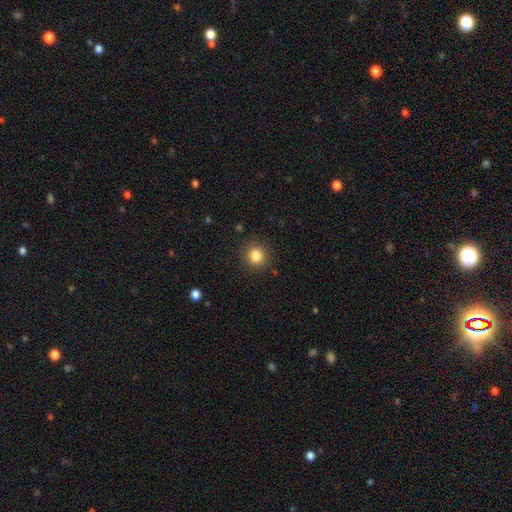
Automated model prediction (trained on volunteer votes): A smooth galaxy with no disk features (84%) that is round (91%).

Vote fractions:
- Smooth or featured? smooth: 84% / star or artifact: 11% / featured or disk: 5%
- How rounded? round: 91% / in between: 9% / cigar-shaped: 1%
- Merging? none: 89% / minor disturbance: 7% / major disturbance: 3% / merger: 1%